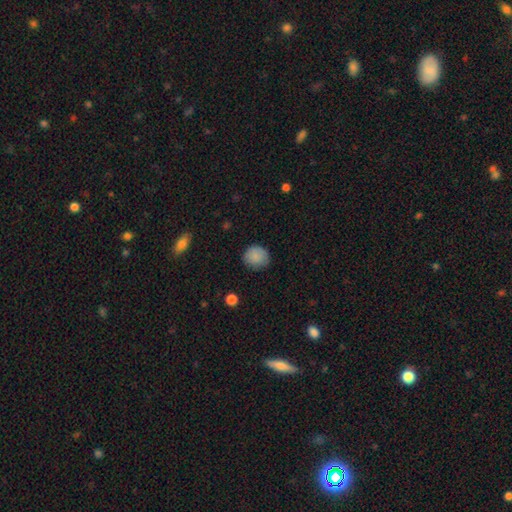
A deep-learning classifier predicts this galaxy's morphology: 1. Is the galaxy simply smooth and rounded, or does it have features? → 86% smooth, 8% star or artifact, 6% featured or disk.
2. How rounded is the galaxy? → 84% round, 15% in between, 1% cigar-shaped.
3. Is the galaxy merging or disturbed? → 78% none, 17% minor disturbance, 3% major disturbance, 1% merger.